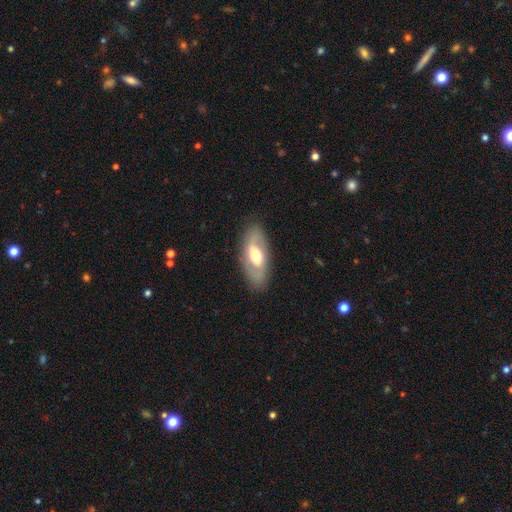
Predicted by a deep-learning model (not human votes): Smooth or featured: featured or disk — 58% (smooth — 36%)
Edge-on disk: no — 87% (yes — 13%)
Bar: weak — 41% (no — 38%)
Spiral arms: yes — 59% (no — 41%)
Bulge size: moderate — 67% (large — 18%)
Merging: none — 83% (minor disturbance — 12%)